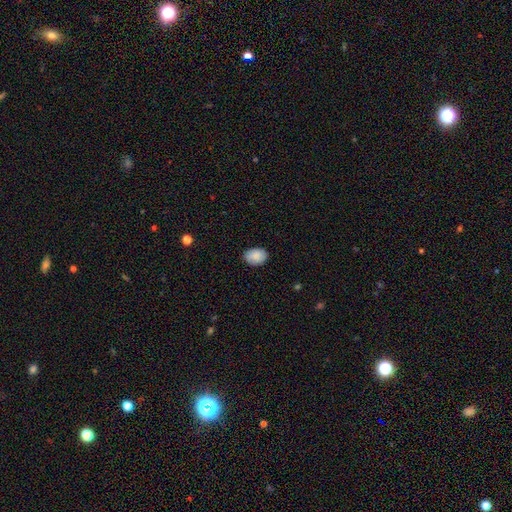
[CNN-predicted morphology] type=smooth (87%); roundness=in between (72%); merging=none (85%).